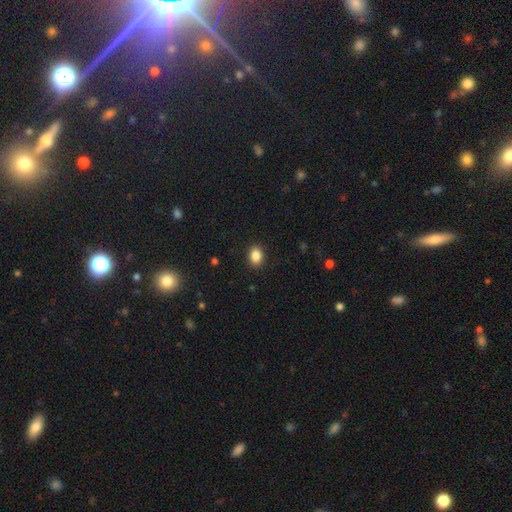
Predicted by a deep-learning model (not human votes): smooth 86%, star or artifact 9%, featured or disk 4%. Down the decision tree: how rounded — in between (69%); merging — none (90%).